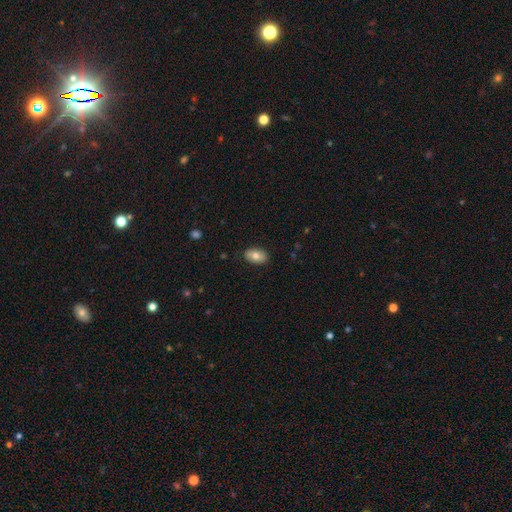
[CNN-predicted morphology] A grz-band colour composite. It shows a smooth galaxy with no disk features (73%) that is in between round and cigar-shaped (91%). Merging: none (86%).